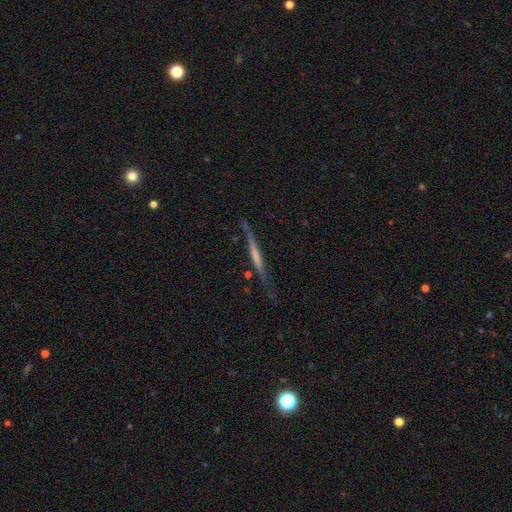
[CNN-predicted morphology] Overall: featured or disk (63%; smooth 31%). Edge-on disk: yes (96%). Edge-on bulge: none (60%; boxy 20%). Merging: none (76%).